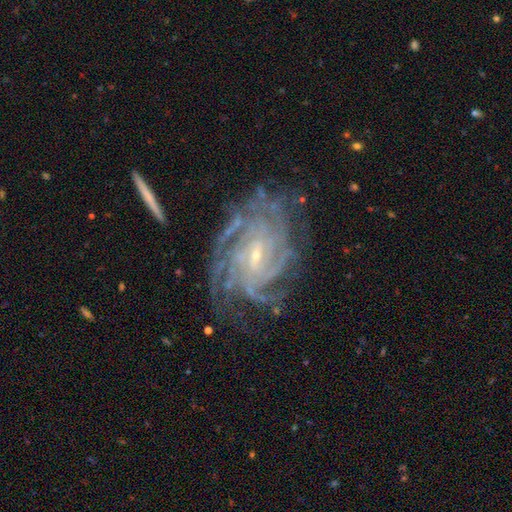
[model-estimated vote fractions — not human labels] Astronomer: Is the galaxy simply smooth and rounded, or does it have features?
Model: featured or disk — 90%.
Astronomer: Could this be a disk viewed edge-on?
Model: no — 97%.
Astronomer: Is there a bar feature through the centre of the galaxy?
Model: weak — 51% (runner-up: no, 28%).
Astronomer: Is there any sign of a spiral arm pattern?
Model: yes — 98%.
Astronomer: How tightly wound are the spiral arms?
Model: tight — 71%.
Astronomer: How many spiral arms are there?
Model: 4 — 30% (runner-up: more than 4, 24%).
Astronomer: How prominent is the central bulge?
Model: small — 78%.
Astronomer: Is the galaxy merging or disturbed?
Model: none — 70%.